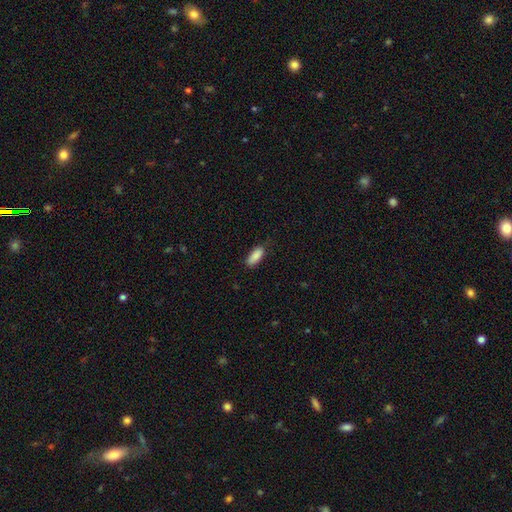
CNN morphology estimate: A smooth galaxy with no disk features (88%) that is in between round and cigar-shaped (82%).

Vote fractions:
- Smooth or featured? smooth: 88% / star or artifact: 7% / featured or disk: 5%
- How rounded? in between: 82% / cigar-shaped: 16% / round: 2%
- Merging? none: 74% / minor disturbance: 21% / major disturbance: 4% / merger: 1%